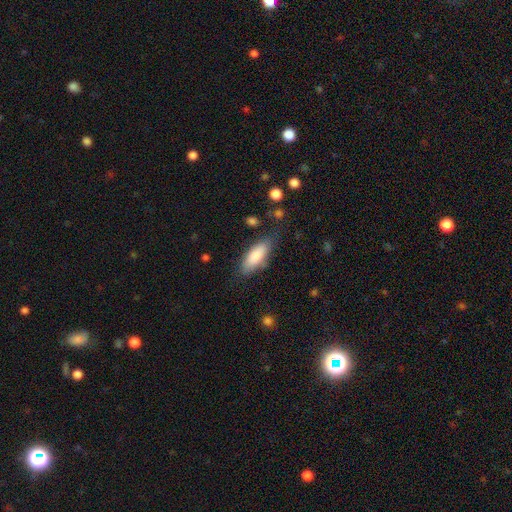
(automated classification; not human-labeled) smooth-or-featured: smooth: 84% | featured or disk: 10% | star or artifact: 6%
  how-rounded: in between: 71% | cigar-shaped: 27% | round: 2%
  merging: none: 76% | minor disturbance: 17% | major disturbance: 5% | merger: 3%